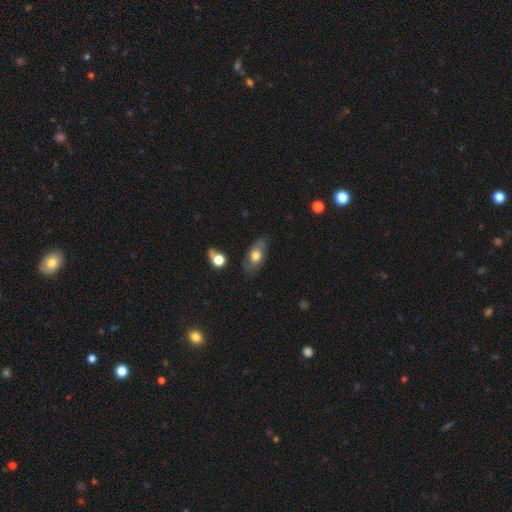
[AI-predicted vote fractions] Smooth or featured?
  - smooth: 59% *
  - featured or disk: 33%
  - star or artifact: 8%
How rounded?
  - in between: 84% *
  - round: 10%
  - cigar-shaped: 6%
Merging?
  - none: 72% *
  - minor disturbance: 20%
  - major disturbance: 5%
  - merger: 3%